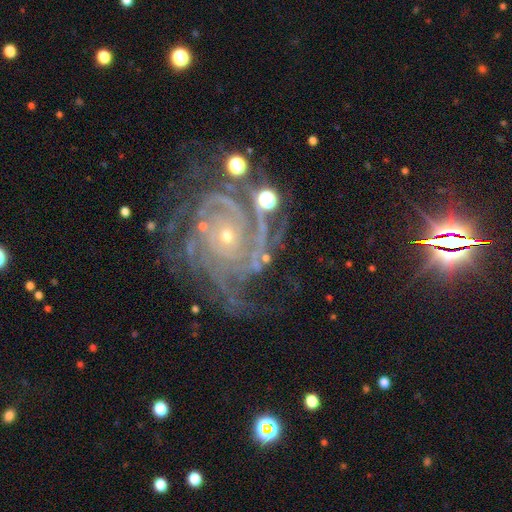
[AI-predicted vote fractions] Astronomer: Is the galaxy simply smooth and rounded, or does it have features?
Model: featured or disk — 87%.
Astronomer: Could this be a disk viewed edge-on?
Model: no — 97%.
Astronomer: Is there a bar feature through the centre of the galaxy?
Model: no — 75%.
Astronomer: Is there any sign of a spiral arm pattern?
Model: yes — 98%.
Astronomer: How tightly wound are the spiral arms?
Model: tight — 72%.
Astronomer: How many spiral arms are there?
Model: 4 — 21%, tied with can't tell at 21%.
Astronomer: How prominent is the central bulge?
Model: small — 82%.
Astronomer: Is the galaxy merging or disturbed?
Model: none — 62%.